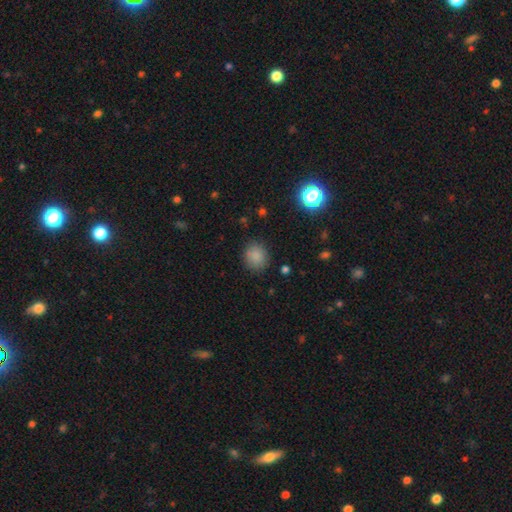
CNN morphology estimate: The model was most divided on "how rounded": round: 77%, in between: 22%, cigar-shaped: 1%. More confident: merging — none (85%); smooth or featured — smooth (84%).